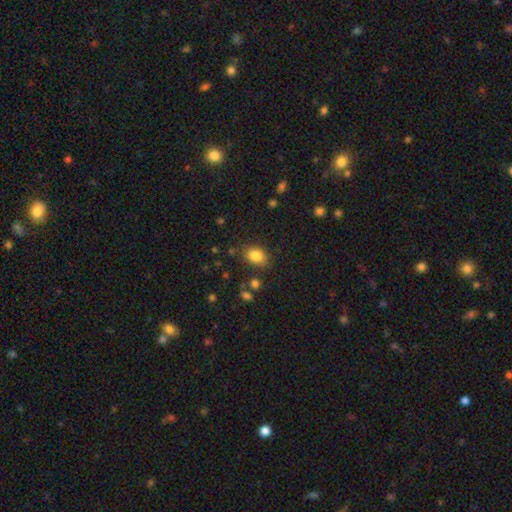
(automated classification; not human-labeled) This is clearly a smooth galaxy (84%). How rounded: likely in between (77%). Merging: likely none (80%).